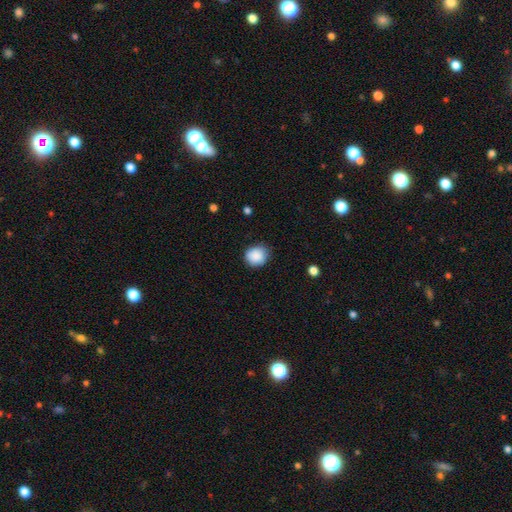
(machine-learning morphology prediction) The model was most divided on "how rounded": round: 81%, in between: 18%, cigar-shaped: 1%. More confident: smooth or featured — smooth (89%); merging — none (80%).